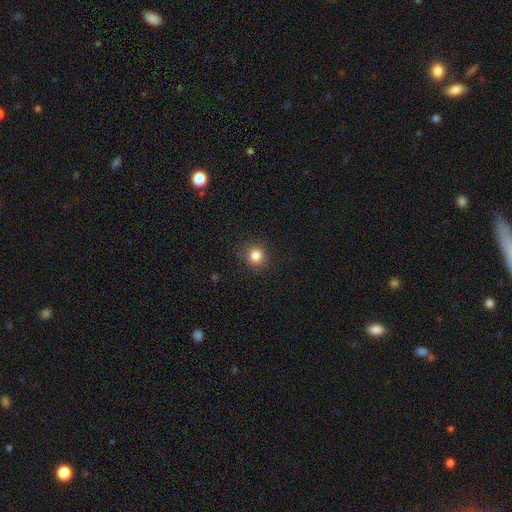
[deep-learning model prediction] Overall: smooth (83%). How rounded: round (92%). Merging: none (88%).